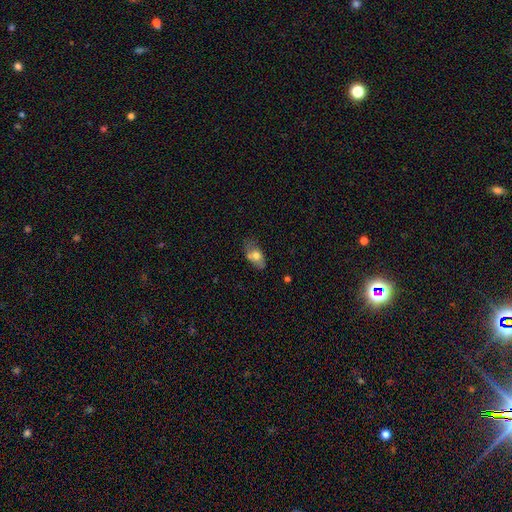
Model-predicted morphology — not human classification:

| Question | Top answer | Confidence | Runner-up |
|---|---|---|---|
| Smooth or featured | smooth | 66% | featured or disk (26%) |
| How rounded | in between | 88% | round (8%) |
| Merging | none | 48% | minor disturbance (29%) |